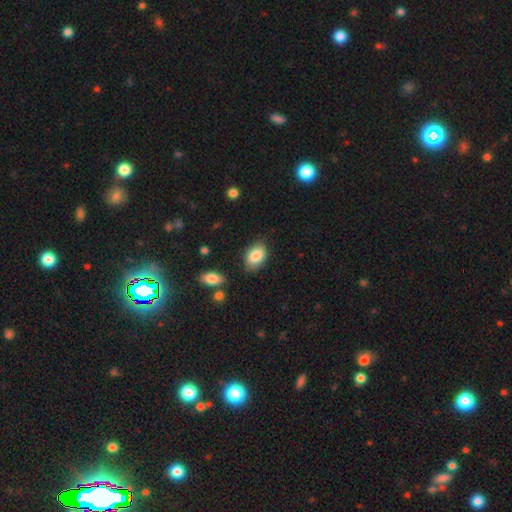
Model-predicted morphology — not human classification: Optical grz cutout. It shows a smooth galaxy with no disk features (85%) that is in between round and cigar-shaped (88%). Merging: none (80%).